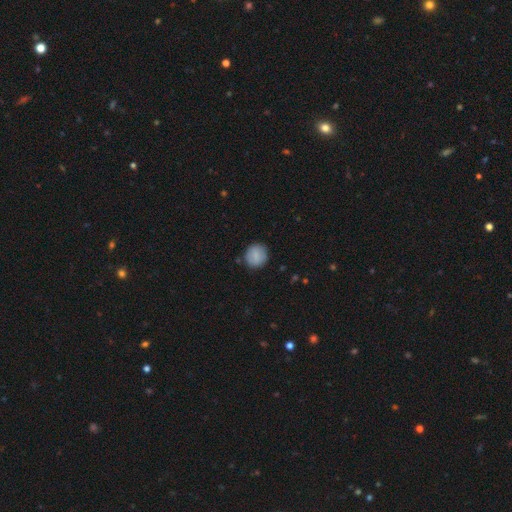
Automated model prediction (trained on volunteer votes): Morphology: type=smooth (85%); roundness=round (85%); merging=none (86%).